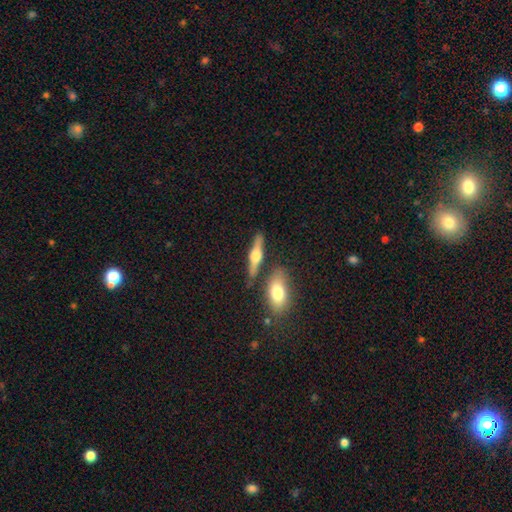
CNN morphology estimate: type=featured or disk (61%); edge-on=yes (95%); edge-on bulge=rounded (94%); merging=none (77%).